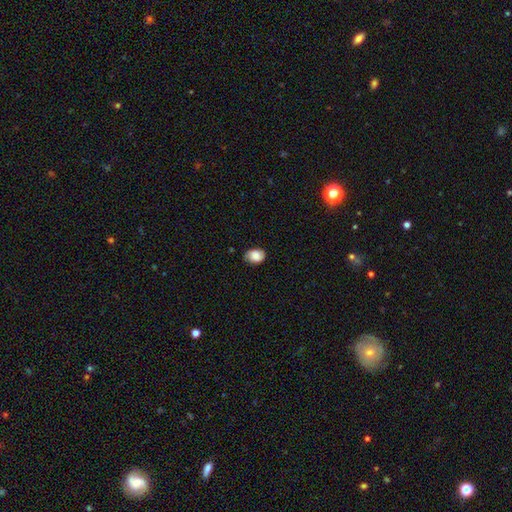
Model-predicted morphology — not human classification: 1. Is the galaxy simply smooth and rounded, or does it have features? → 78% smooth, 14% featured or disk, 8% star or artifact.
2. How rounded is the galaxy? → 74% in between, 25% round, 1% cigar-shaped.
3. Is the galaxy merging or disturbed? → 72% none, 22% minor disturbance, 4% major disturbance, 1% merger.